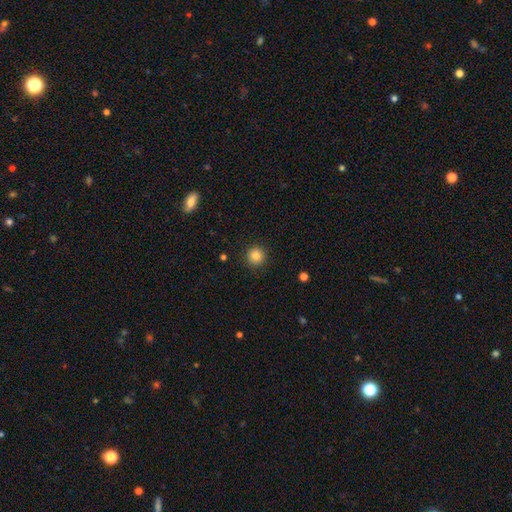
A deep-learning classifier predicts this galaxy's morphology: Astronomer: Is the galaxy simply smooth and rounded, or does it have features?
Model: smooth — 84%.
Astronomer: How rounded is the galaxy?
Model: round — 94%.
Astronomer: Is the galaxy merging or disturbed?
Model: none — 91%.